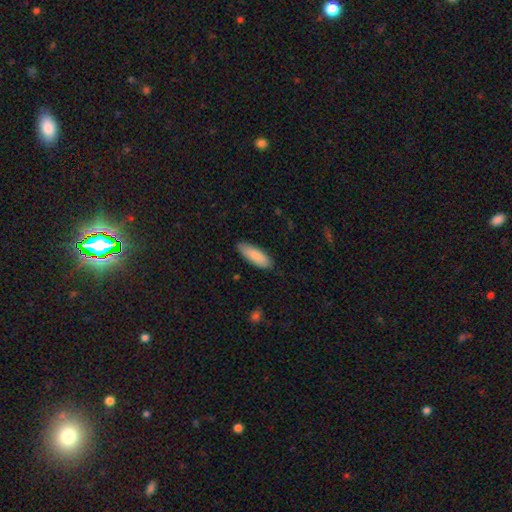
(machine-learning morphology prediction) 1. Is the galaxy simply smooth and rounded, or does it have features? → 87% smooth, 7% featured or disk, 5% star or artifact.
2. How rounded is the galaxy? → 59% in between, 40% cigar-shaped, 1% round.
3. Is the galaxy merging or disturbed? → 85% none, 12% minor disturbance, 2% major disturbance, 1% merger.